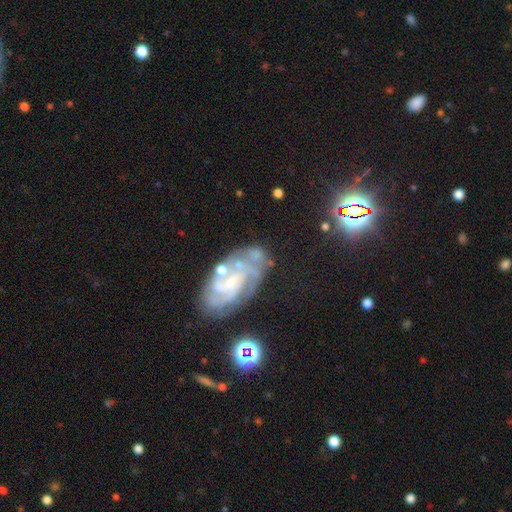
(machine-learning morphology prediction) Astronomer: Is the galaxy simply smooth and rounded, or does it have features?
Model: featured or disk — 75%.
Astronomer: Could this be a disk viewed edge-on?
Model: no — 96%.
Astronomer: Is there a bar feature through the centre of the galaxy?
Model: no — 52% (runner-up: weak, 36%).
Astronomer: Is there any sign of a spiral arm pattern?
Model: yes — 87%.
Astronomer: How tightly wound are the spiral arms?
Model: tight — 50% (runner-up: medium, 38%).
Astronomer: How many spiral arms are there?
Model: can't tell — 34% (runner-up: 3, 23%).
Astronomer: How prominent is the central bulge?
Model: small — 43% (runner-up: none, 27%).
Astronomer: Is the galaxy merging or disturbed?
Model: none — 57%.